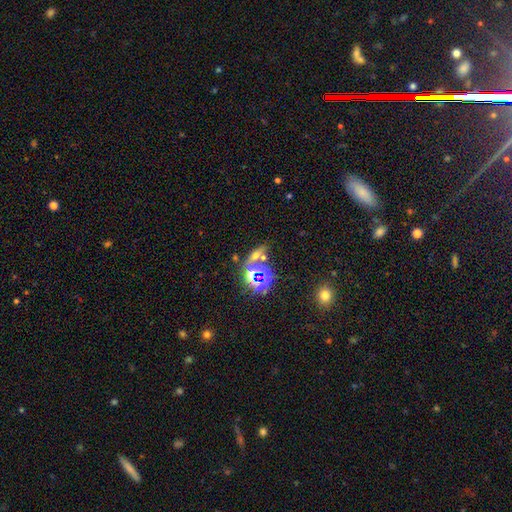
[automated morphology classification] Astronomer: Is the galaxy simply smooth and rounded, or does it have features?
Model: star or artifact — 41% (runner-up: smooth, 38%).